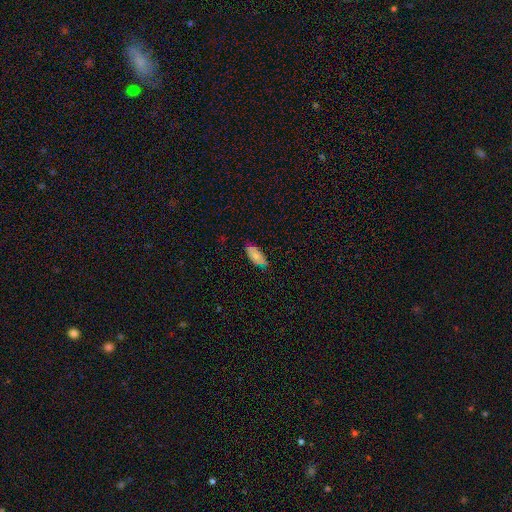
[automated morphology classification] The model was most divided on "smooth or featured": smooth: 73%, featured or disk: 20%, star or artifact: 6%. More confident: how rounded — in between (89%); merging — none (76%).